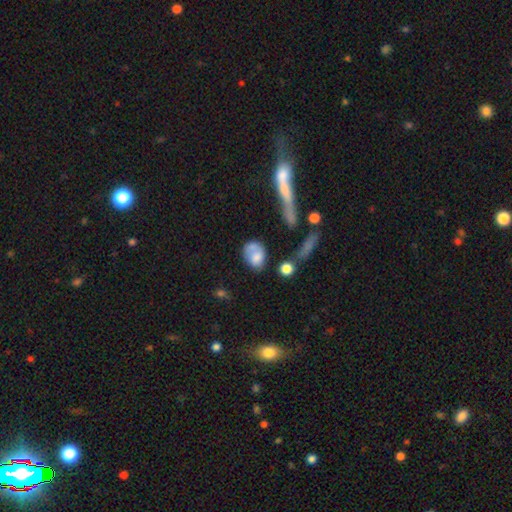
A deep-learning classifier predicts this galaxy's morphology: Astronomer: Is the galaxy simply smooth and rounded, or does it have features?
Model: smooth — 71%.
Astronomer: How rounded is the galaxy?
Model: in between — 65%.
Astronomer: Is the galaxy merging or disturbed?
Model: none — 39% (runner-up: minor disturbance, 25%).